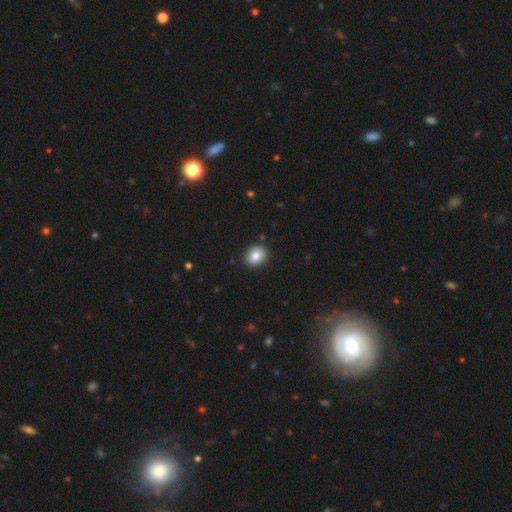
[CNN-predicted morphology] smooth_or_featured: smooth (p=0.85) [alt: star or artifact p=0.09]
how_rounded: round (p=0.52) [alt: in between p=0.48]
merging: none (p=0.90) [alt: minor disturbance p=0.07]